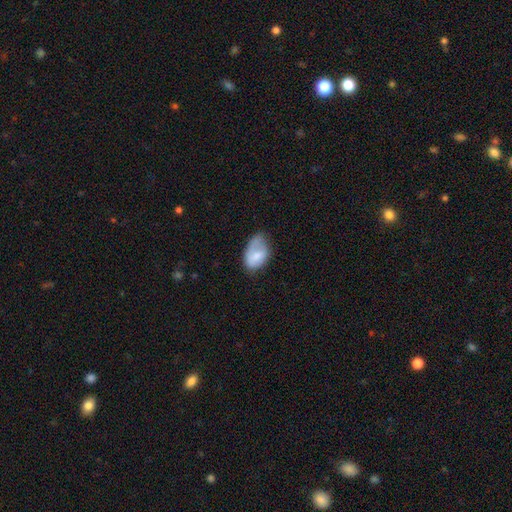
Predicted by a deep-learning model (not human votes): Smooth or featured? smooth (72%)
How rounded? in between (90%)
Merging? none (40%, tied with minor disturbance)